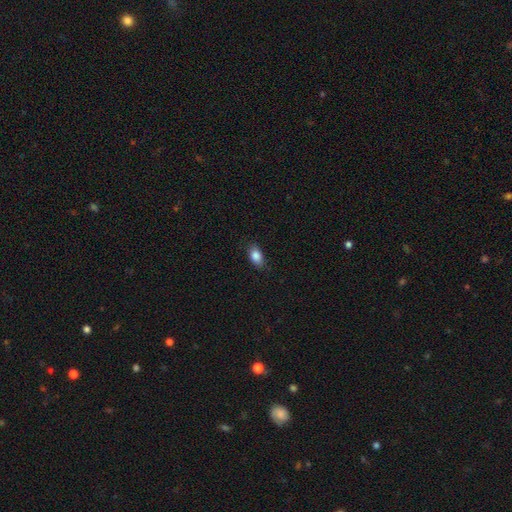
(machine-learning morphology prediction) Smooth or featured: smooth — 87% (star or artifact — 8%)
How rounded: in between — 87% (round — 10%)
Merging: none — 83% (minor disturbance — 14%)